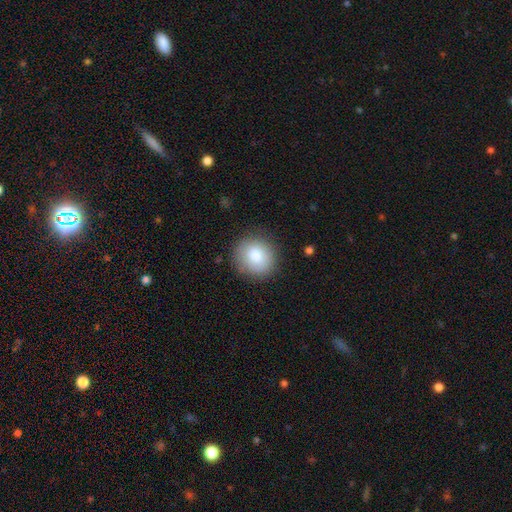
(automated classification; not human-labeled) This appears to be a smooth galaxy with no disk features (78%) that is round (85%). Merging: none (84%).